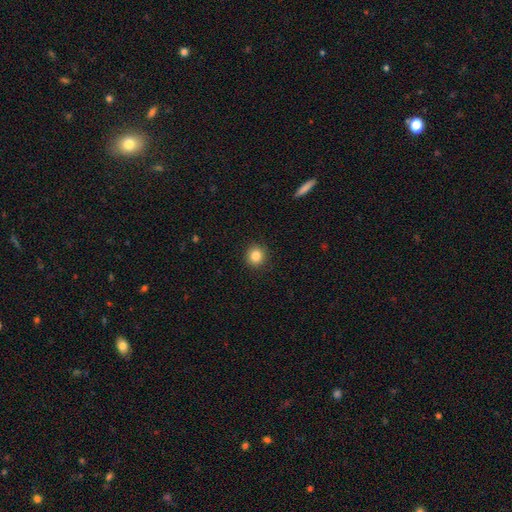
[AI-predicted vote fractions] This is clearly a smooth galaxy (85%). How rounded: clearly round (91%). Merging: clearly none (91%).